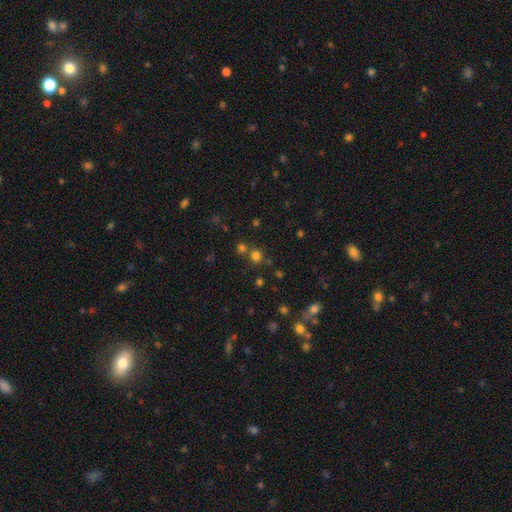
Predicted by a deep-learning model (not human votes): smooth-or-featured: smooth: 69% | star or artifact: 25% | featured or disk: 6%
  how-rounded: round: 88% | in between: 11% | cigar-shaped: 1%
  merging: none: 70% | merger: 20% | minor disturbance: 7% | major disturbance: 3%